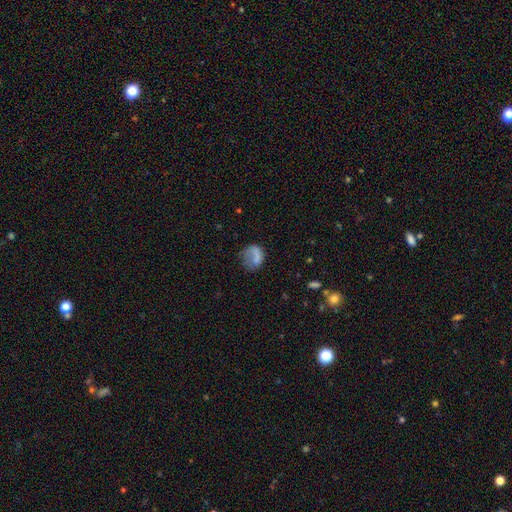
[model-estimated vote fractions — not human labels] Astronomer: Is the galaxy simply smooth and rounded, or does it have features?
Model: smooth — 65%.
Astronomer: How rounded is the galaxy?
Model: in between — 53% (runner-up: round, 45%).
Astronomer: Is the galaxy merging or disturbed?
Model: major disturbance — 37% (runner-up: none, 36%).